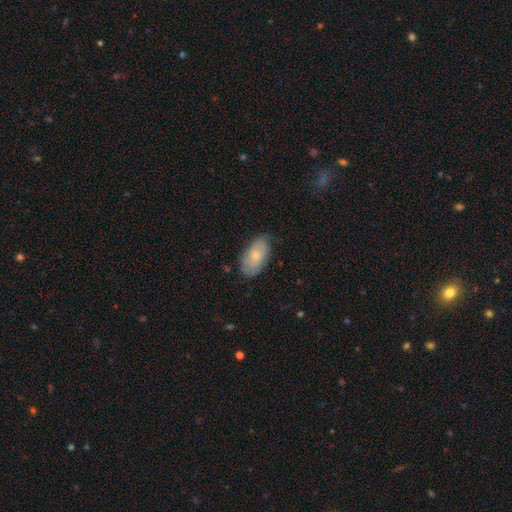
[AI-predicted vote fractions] A smooth galaxy with no disk features (63%) that is in between round and cigar-shaped (93%).

Vote fractions:
- Smooth or featured? smooth: 63% / featured or disk: 31% / star or artifact: 6%
- How rounded? in between: 93% / round: 4% / cigar-shaped: 2%
- Merging? none: 72% / minor disturbance: 22% / major disturbance: 4% / merger: 1%